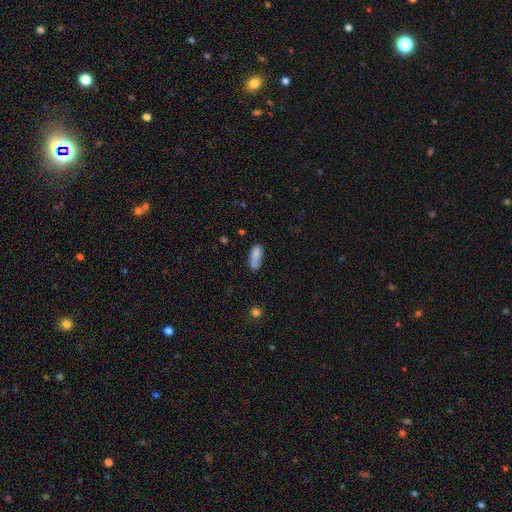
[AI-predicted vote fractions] Q: Smooth or featured?
A: smooth (84%); runner-up: featured or disk (8%)
Q: How rounded?
A: in between (67%); runner-up: cigar-shaped (31%)
Q: Merging?
A: none (64%); runner-up: minor disturbance (24%)